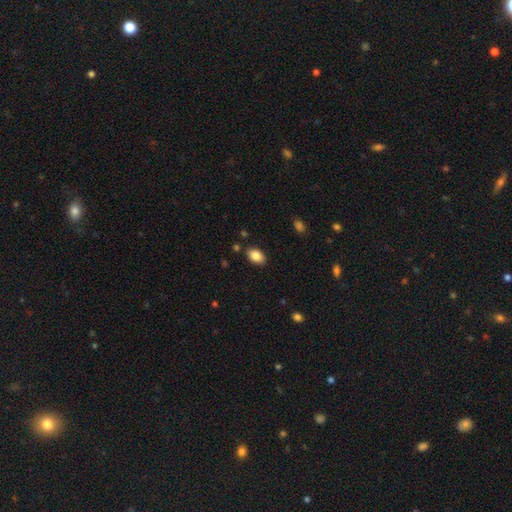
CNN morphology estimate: type=smooth (86%); roundness=in between (87%); merging=none (86%).